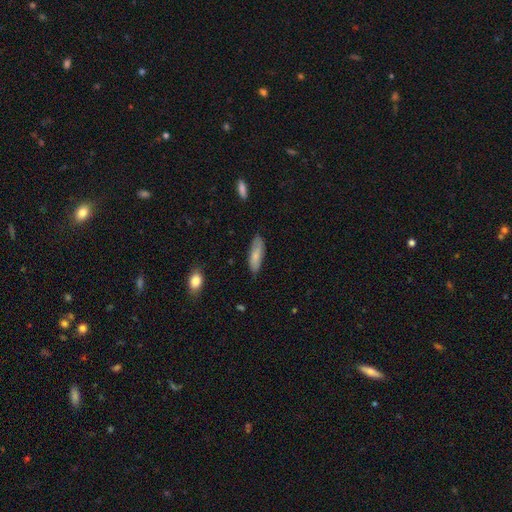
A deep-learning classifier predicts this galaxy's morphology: Smooth or featured? smooth (75%)
How rounded? in between (58%)
Merging? none (76%)